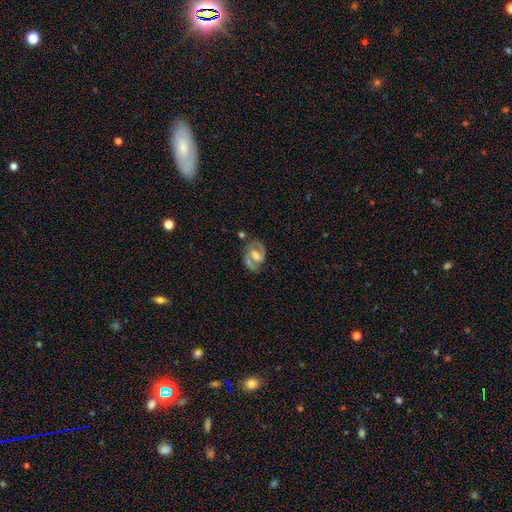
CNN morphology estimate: featured or disk 77%, smooth 16%, star or artifact 7%. Down the decision tree: edge-on disk — no (97%); bar — weak (46%); spiral arms — yes (89%); spiral arm count — 2 (86%); spiral winding — medium (53%); bulge size — moderate (46%); merging — none (64%).